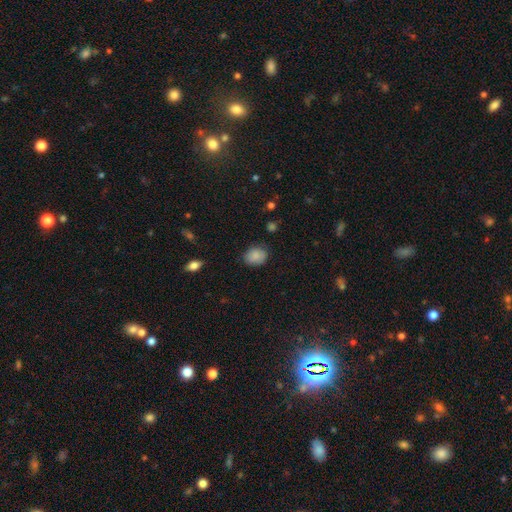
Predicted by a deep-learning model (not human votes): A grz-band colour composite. It shows a smooth galaxy with no disk features (87%) that is in between round and cigar-shaped (53%). Merging: none (80%).